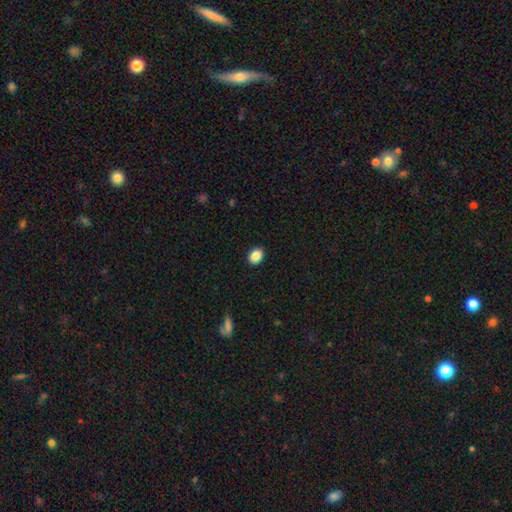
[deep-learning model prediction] This appears to be a smooth galaxy with no disk features (88%) that is in between round and cigar-shaped (69%). Merging: none (90%).